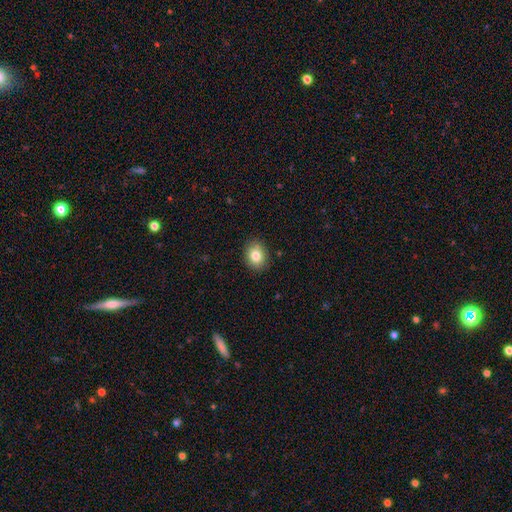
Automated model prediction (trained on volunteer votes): A smooth galaxy with no disk features (82%) that is in between round and cigar-shaped (50%).

Vote fractions:
- Smooth or featured? smooth: 82% / star or artifact: 9% / featured or disk: 9%
- How rounded? in between: 50% / round: 49% / cigar-shaped: 1%
- Merging? none: 88% / minor disturbance: 9% / major disturbance: 2% / merger: 1%